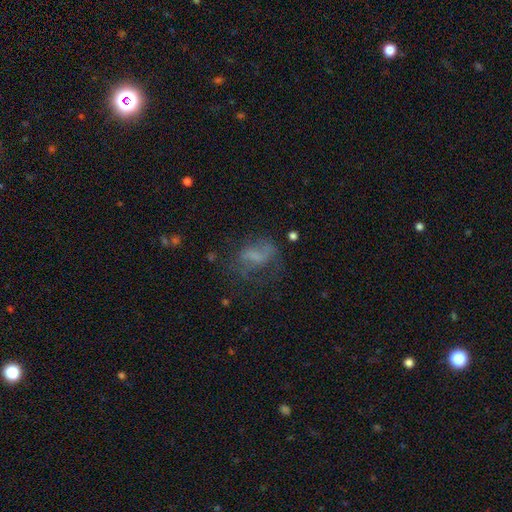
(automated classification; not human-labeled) smooth_or_featured: smooth (p=0.42) [alt: featured or disk p=0.40]
merging: none (p=0.40) [alt: major disturbance p=0.35]